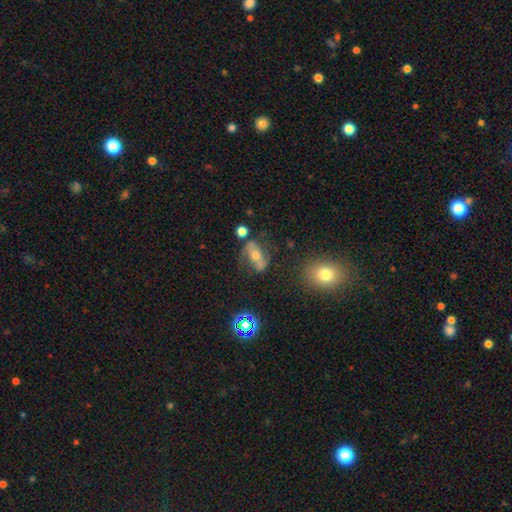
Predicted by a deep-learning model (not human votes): Smooth or featured: featured or disk — 49% (smooth — 37%)
Merging: none — 58% (minor disturbance — 21%)